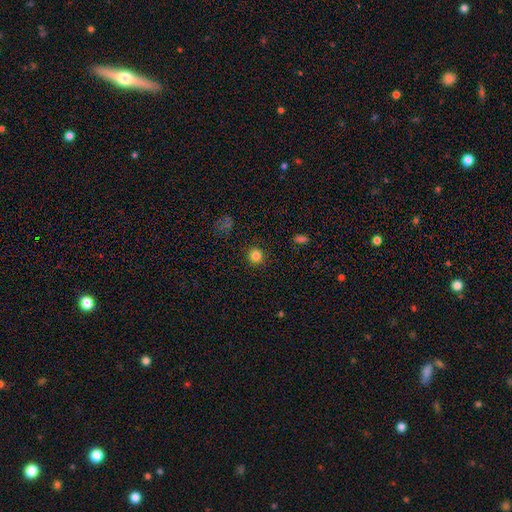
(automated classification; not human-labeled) This appears to be a smooth galaxy with no disk features (83%) that is round (93%). Merging: none (91%).